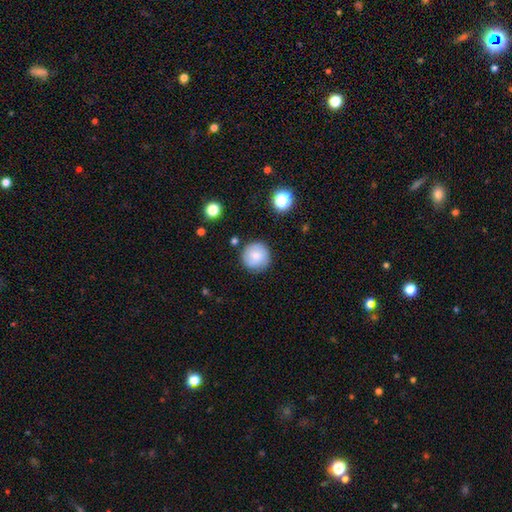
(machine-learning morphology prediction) type=smooth (73%); roundness=round (95%); merging=none (83%).